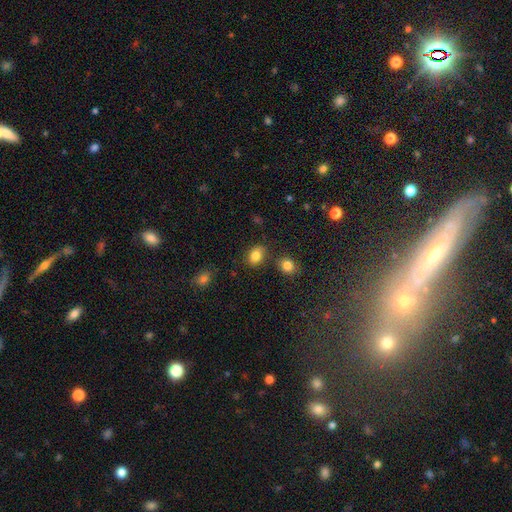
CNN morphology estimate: smooth_or_featured: smooth (p=0.83) [alt: star or artifact p=0.10]
how_rounded: in between (p=0.63) [alt: round p=0.36]
merging: none (p=0.77) [alt: minor disturbance p=0.13]